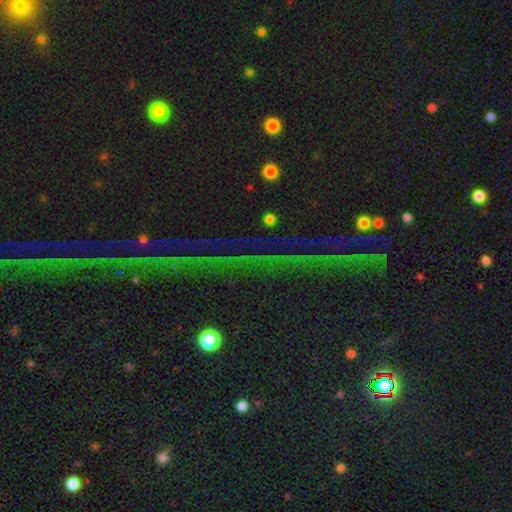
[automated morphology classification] Q: Smooth or featured?
A: star or artifact (85%); runner-up: featured or disk (8%)